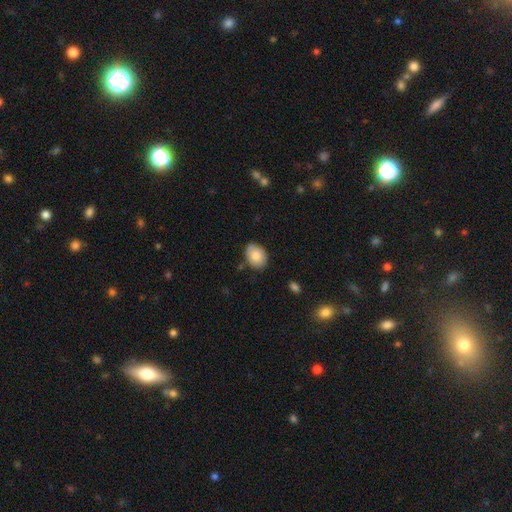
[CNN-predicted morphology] Q: Smooth or featured?
A: smooth (83%); runner-up: featured or disk (10%)
Q: How rounded?
A: in between (70%); runner-up: round (29%)
Q: Merging?
A: none (77%); runner-up: minor disturbance (18%)